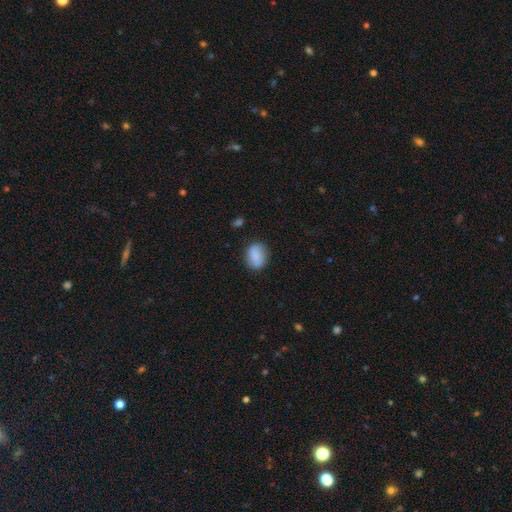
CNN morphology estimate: A smooth galaxy with no disk features (83%) that is in between round and cigar-shaped (65%).

Vote fractions:
- Smooth or featured? smooth: 83% / featured or disk: 10% / star or artifact: 7%
- How rounded? in between: 65% / round: 34% / cigar-shaped: 2%
- Merging? none: 78% / minor disturbance: 16% / major disturbance: 4% / merger: 2%